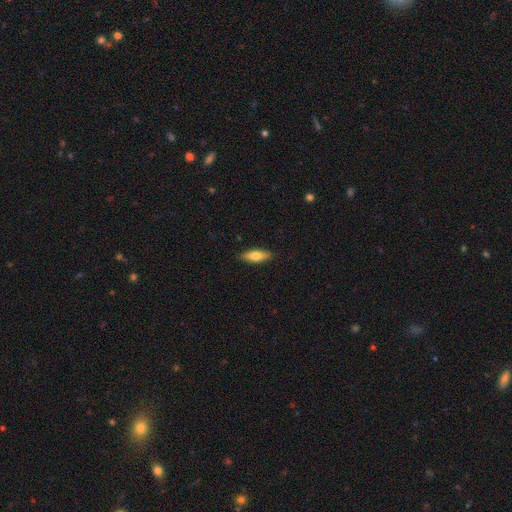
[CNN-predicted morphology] smooth-or-featured: smooth: 72% | featured or disk: 22% | star or artifact: 6%
  how-rounded: in between: 62% | cigar-shaped: 36% | round: 2%
  merging: none: 87% | minor disturbance: 10% | major disturbance: 2% | merger: 1%